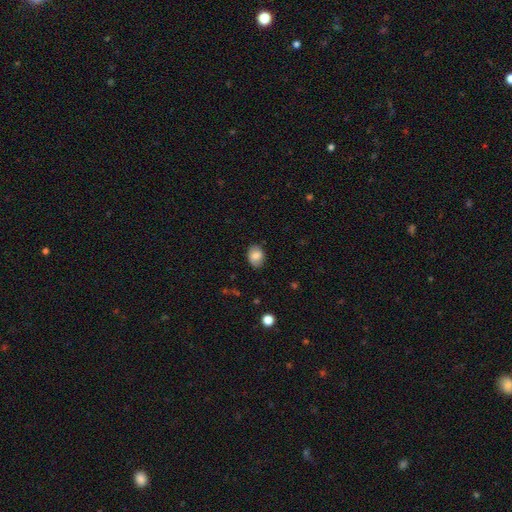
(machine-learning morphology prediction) Q: Smooth or featured?
A: smooth (82%); runner-up: featured or disk (10%)
Q: How rounded?
A: in between (68%); runner-up: round (31%)
Q: Merging?
A: none (83%); runner-up: minor disturbance (13%)